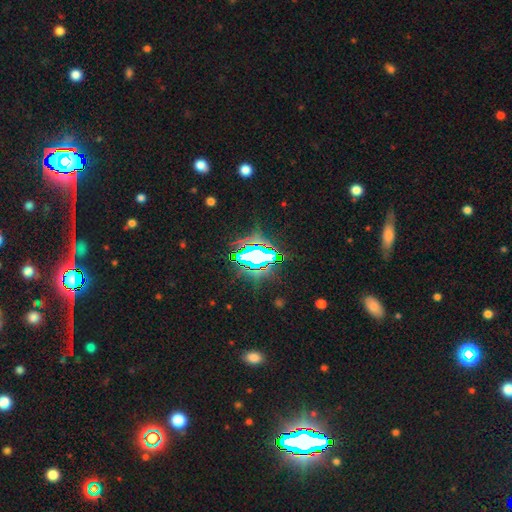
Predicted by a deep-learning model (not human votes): Morphology: type=star or artifact (73%).